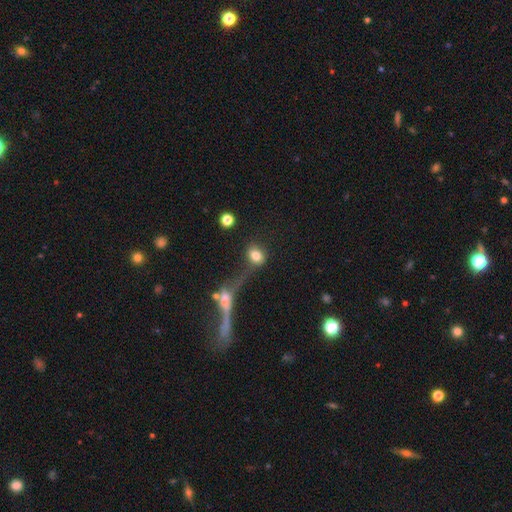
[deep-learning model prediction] A smooth galaxy with no disk features (78%) that is in between round and cigar-shaped (51%). Merging: none (50%).